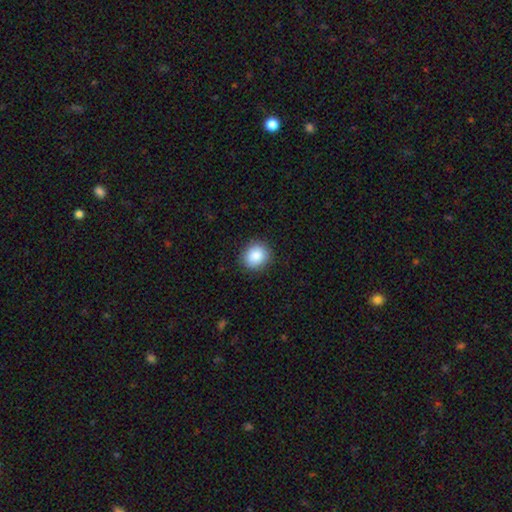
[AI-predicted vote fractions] Smooth or featured: smooth — 88% (star or artifact — 8%)
How rounded: round — 78% (in between — 21%)
Merging: none — 89% (minor disturbance — 8%)